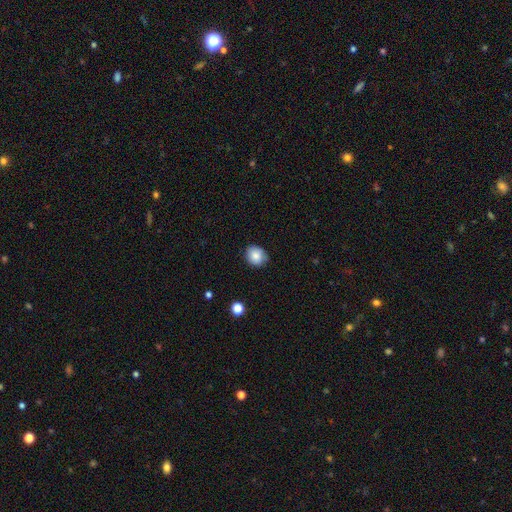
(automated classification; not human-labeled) A smooth galaxy with no disk features (84%) that is round (72%). Merging: none (79%).